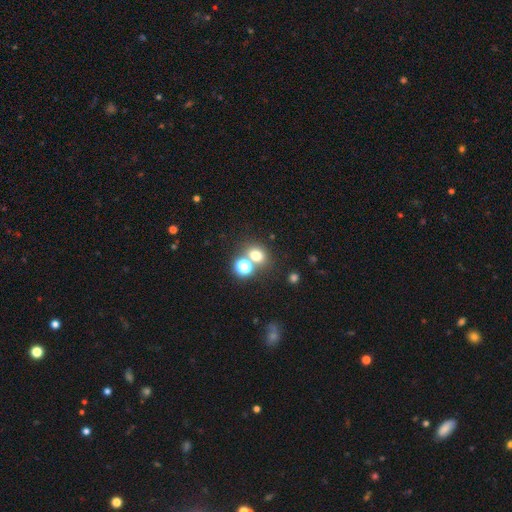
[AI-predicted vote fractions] The model was most divided on "how rounded": round: 66%, in between: 33%, cigar-shaped: 1%. More confident: smooth or featured — smooth (70%); merging — none (61%).